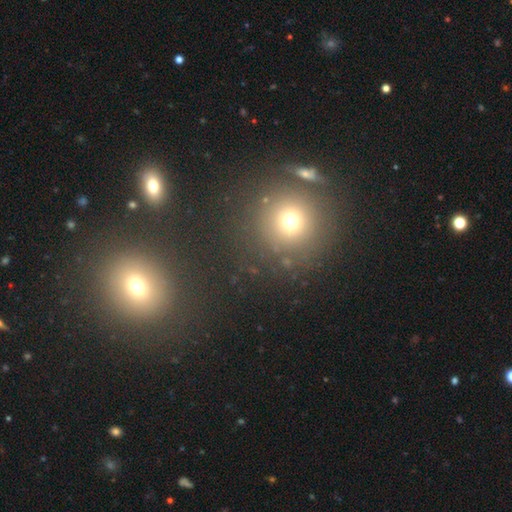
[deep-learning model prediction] Q: Smooth or featured?
A: smooth (52%); runner-up: star or artifact (37%)
Q: How rounded?
A: round (92%); runner-up: in between (7%)
Q: Merging?
A: none (82%); runner-up: minor disturbance (7%)